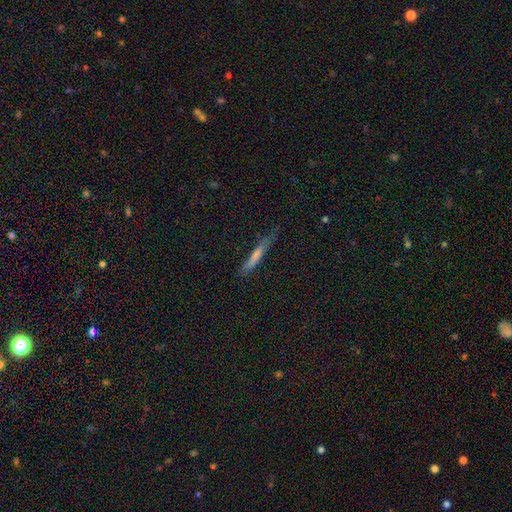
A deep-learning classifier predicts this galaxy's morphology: Smooth or featured? Predicted: smooth (p=0.57). How rounded? Predicted: cigar-shaped (p=0.95). Merging? Predicted: none (p=0.77).